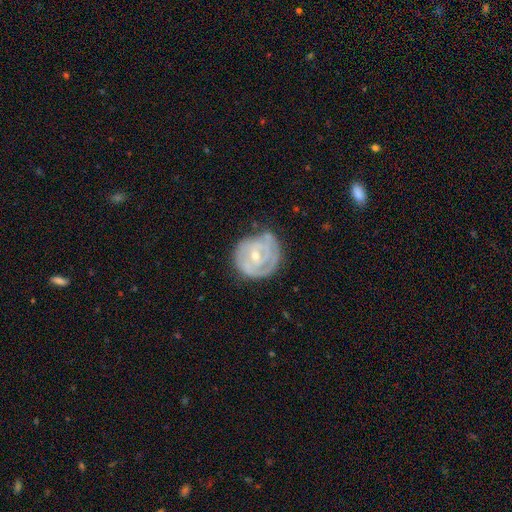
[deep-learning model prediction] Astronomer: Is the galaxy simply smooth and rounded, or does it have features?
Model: featured or disk — 79%.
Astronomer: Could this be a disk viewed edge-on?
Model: no — 97%.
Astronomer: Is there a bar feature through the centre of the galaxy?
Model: no — 53% (runner-up: weak, 36%).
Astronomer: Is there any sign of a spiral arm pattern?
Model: yes — 87%.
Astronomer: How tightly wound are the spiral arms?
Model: tight — 75%.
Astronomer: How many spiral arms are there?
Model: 2 — 35% (runner-up: can't tell, 33%).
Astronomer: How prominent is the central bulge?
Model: small — 55% (runner-up: moderate, 42%).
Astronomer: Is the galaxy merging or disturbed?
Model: none — 61%.